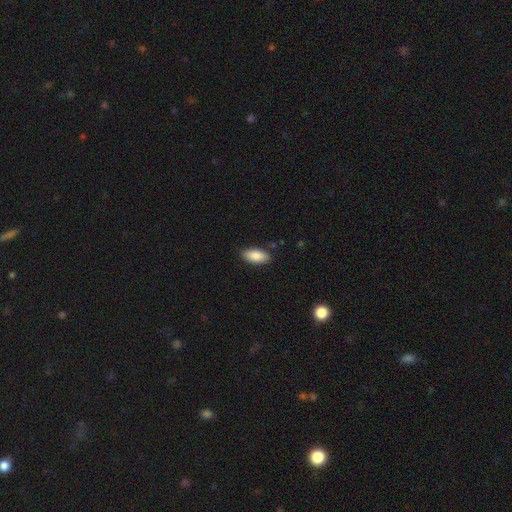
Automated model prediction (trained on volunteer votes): Q: Smooth or featured?
A: smooth (87%); runner-up: featured or disk (6%)
Q: How rounded?
A: in between (89%); runner-up: cigar-shaped (9%)
Q: Merging?
A: none (86%); runner-up: minor disturbance (11%)